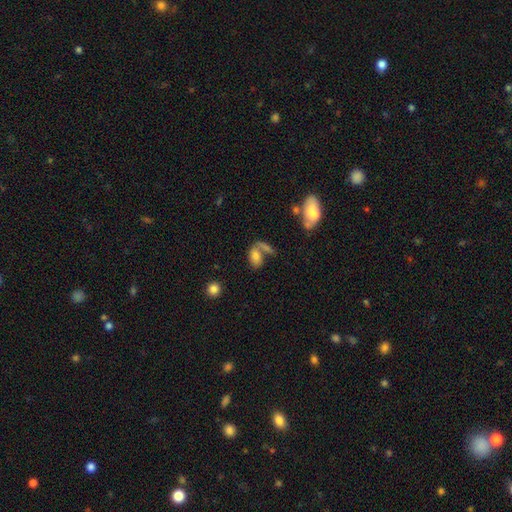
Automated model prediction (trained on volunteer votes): The model was most divided on "merging": merger: 41%, none: 36%, minor disturbance: 13%, major disturbance: 10%. More confident: how rounded — in between (85%); smooth or featured — smooth (71%).